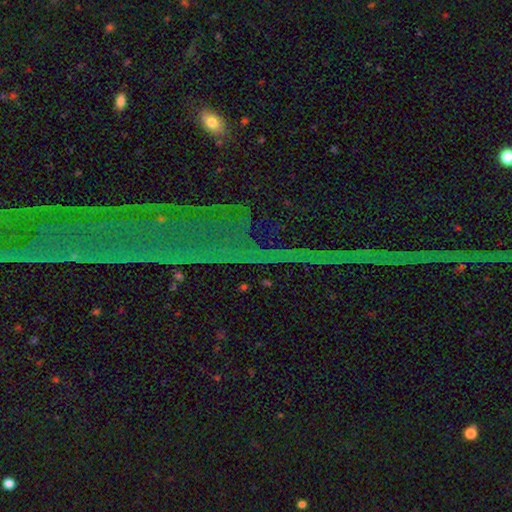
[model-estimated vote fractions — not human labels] Overall: star or artifact (78%).